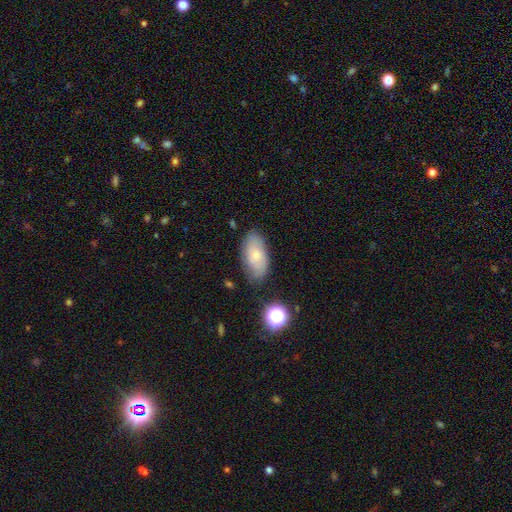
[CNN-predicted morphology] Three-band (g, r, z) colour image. It shows a smooth galaxy with no disk features (67%) that is in between round and cigar-shaped (92%). Merging: none (74%).